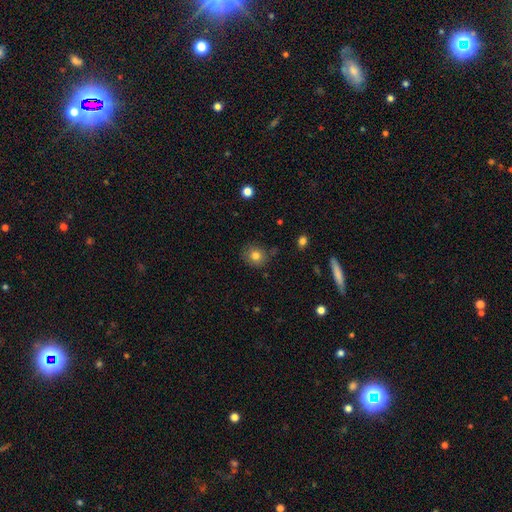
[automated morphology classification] Overall: smooth (79%). How rounded: round (76%). Merging: none (78%).